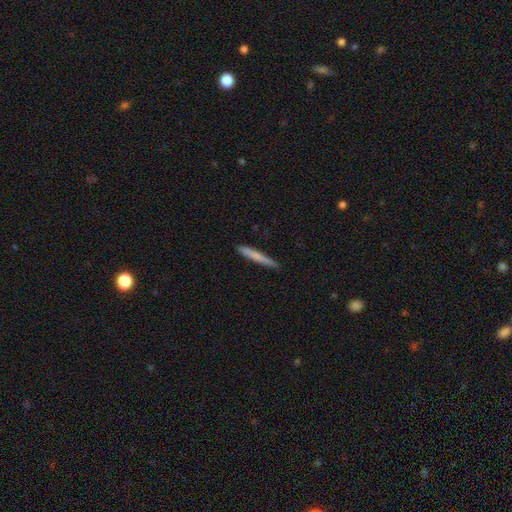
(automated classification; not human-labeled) smooth_or_featured: smooth (p=0.71) [alt: featured or disk p=0.24]
how_rounded: cigar-shaped (p=0.96) [alt: in between p=0.03]
merging: none (p=0.88) [alt: minor disturbance p=0.09]